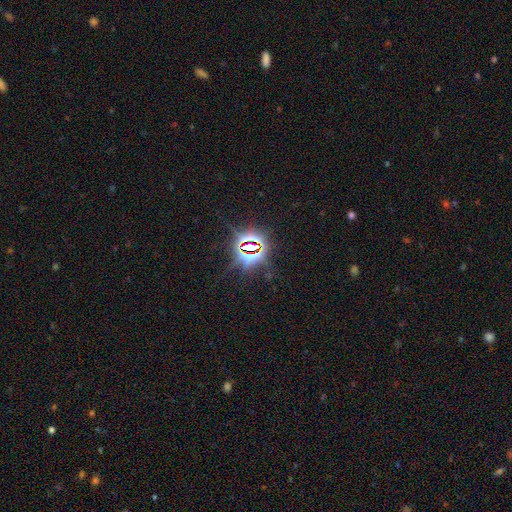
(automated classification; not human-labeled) A star or artifact, not a galaxy (83%).